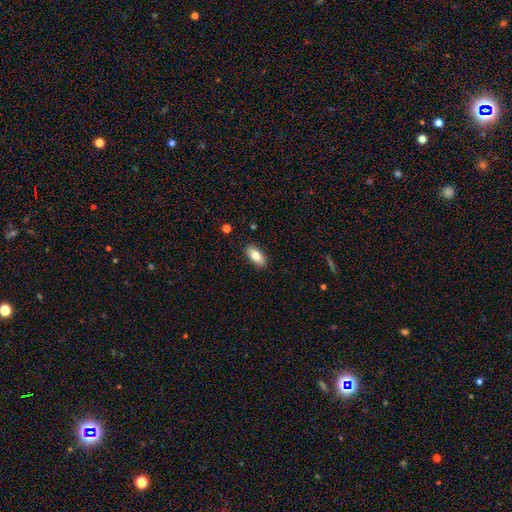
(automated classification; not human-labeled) A smooth galaxy with no disk features (80%) that is in between round and cigar-shaped (89%).

Vote fractions:
- Smooth or featured? smooth: 80% / featured or disk: 13% / star or artifact: 7%
- How rounded? in between: 89% / cigar-shaped: 8% / round: 3%
- Merging? none: 88% / minor disturbance: 9% / major disturbance: 2% / merger: 1%